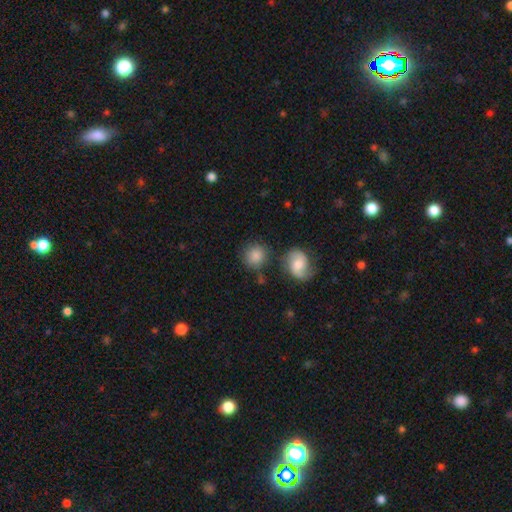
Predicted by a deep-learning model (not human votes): Smooth or featured: smooth — 82% (featured or disk — 10%)
How rounded: round — 87% (in between — 12%)
Merging: none — 72% (minor disturbance — 13%)